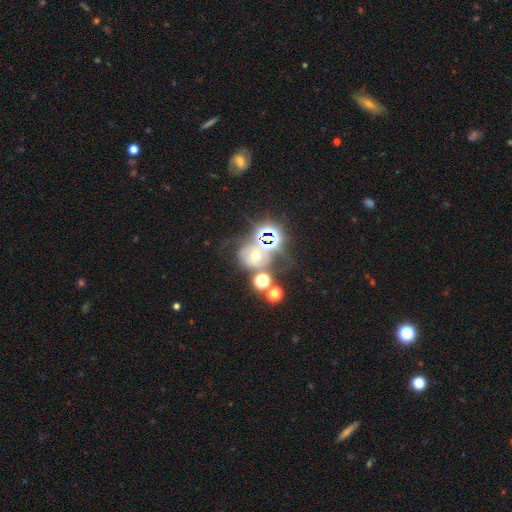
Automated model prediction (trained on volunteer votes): Smooth or featured? star or artifact (40%)